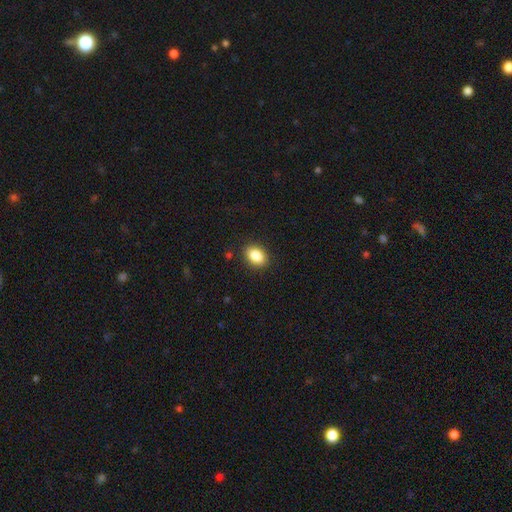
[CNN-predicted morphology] A smooth galaxy with no disk features (87%) that is in between round and cigar-shaped (79%).

Vote fractions:
- Smooth or featured? smooth: 87% / star or artifact: 8% / featured or disk: 5%
- How rounded? in between: 79% / round: 20% / cigar-shaped: 1%
- Merging? none: 88% / minor disturbance: 8% / major disturbance: 2% / merger: 1%